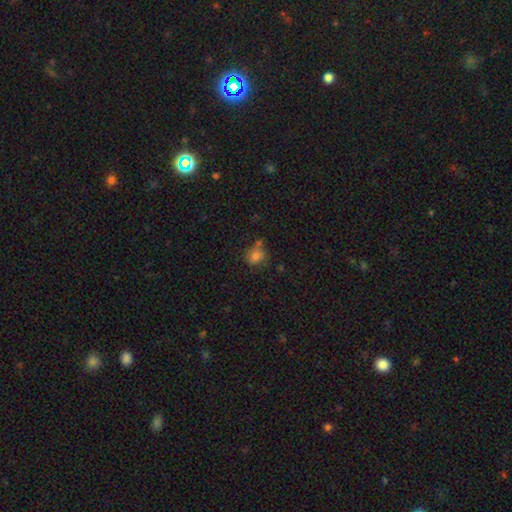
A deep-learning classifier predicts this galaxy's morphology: Smooth or featured? smooth (75%)
How rounded? round (53%)
Merging? none (49%)